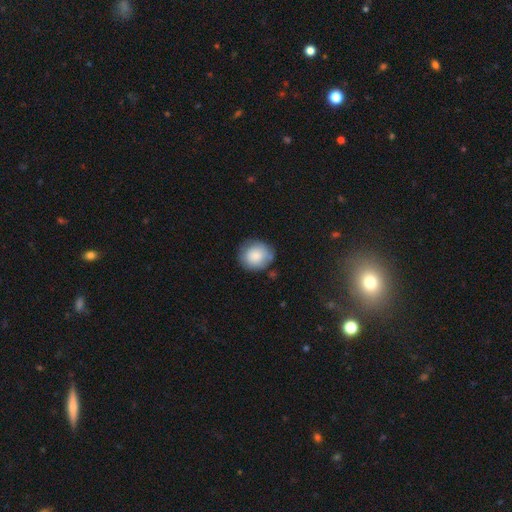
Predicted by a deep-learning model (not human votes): A smooth galaxy with no disk features (83%) that is round (82%).

Vote fractions:
- Smooth or featured? smooth: 83% / featured or disk: 10% / star or artifact: 7%
- How rounded? round: 82% / in between: 17% / cigar-shaped: 1%
- Merging? none: 73% / minor disturbance: 19% / major disturbance: 5% / merger: 3%